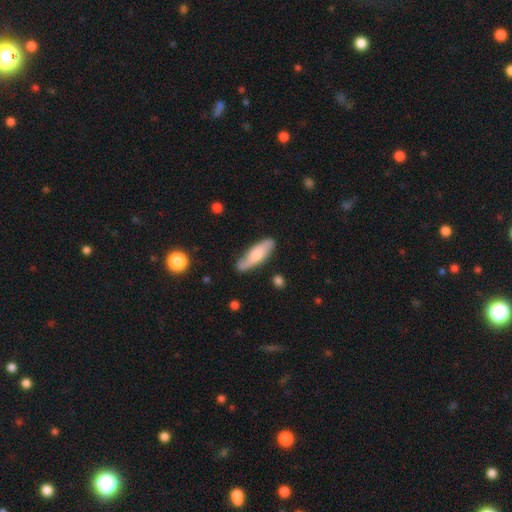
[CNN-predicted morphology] Smooth or featured? Predicted: smooth (p=0.57). How rounded? Predicted: cigar-shaped (p=0.53). Merging? Predicted: none (p=0.80).